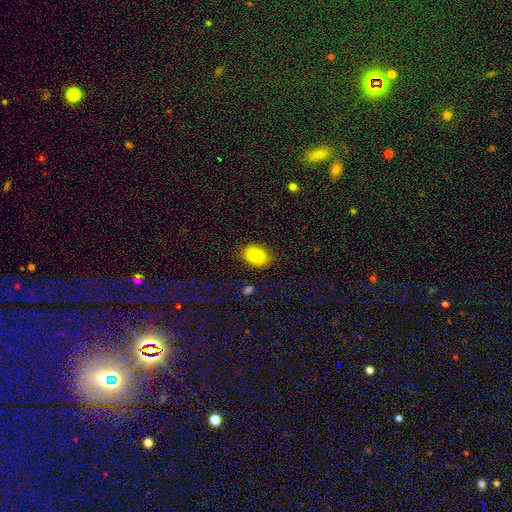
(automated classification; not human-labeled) This appears to be a smooth galaxy with no disk features (86%) that is in between round and cigar-shaped (79%). Merging: none (84%).